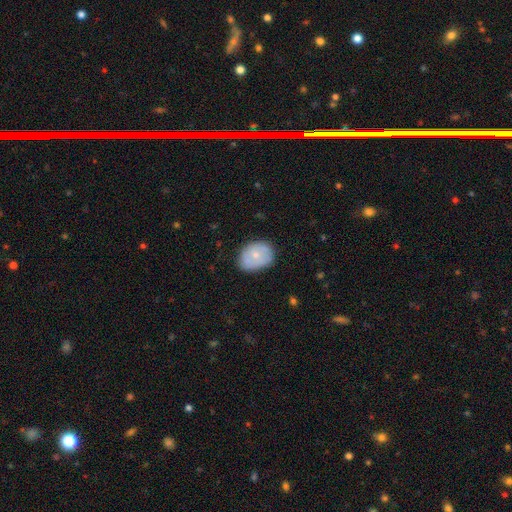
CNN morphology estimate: This appears to be a smooth galaxy with no disk features (67%) that is in between round and cigar-shaped (67%). Merging: none (71%).